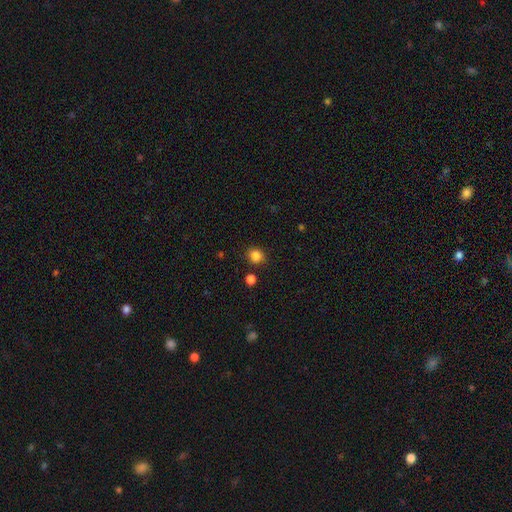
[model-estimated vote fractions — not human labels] smooth 84%, star or artifact 12%, featured or disk 4%. Down the decision tree: how rounded — round (77%); merging — none (84%).